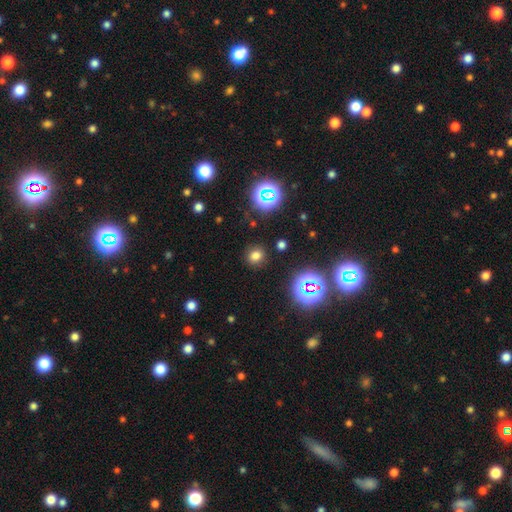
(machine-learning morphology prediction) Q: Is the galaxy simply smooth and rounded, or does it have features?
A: smooth — 71%.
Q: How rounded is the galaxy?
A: round — 81%.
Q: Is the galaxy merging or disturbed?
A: none — 88%.